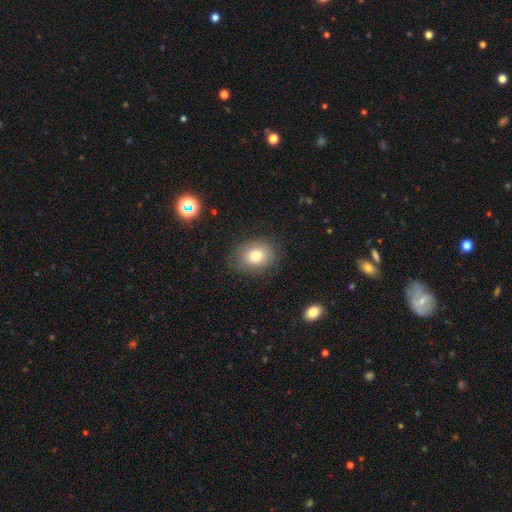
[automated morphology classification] Smooth or featured? Predicted: smooth (p=0.76). How rounded? Predicted: in between (p=0.53). Merging? Predicted: none (p=0.79).